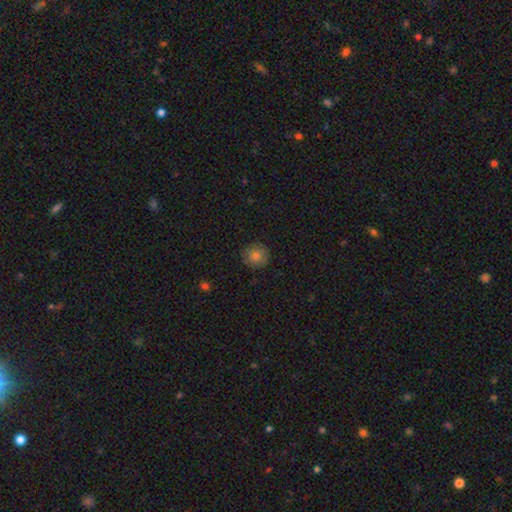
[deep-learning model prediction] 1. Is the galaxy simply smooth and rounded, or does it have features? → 80% smooth, 12% star or artifact, 9% featured or disk.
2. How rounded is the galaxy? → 94% round, 5% in between, 1% cigar-shaped.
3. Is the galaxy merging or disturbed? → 89% none, 8% minor disturbance, 2% major disturbance, 1% merger.